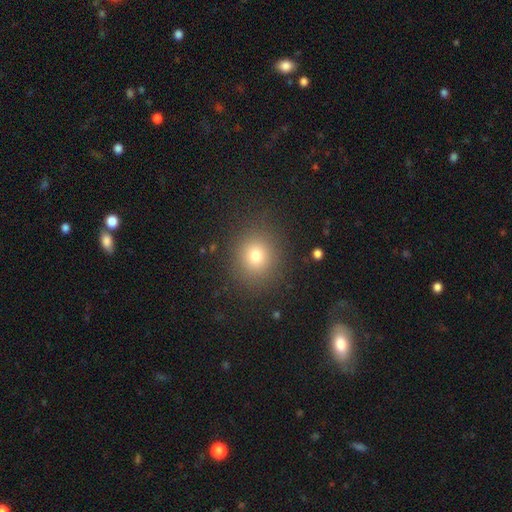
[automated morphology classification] Q: Smooth or featured?
A: smooth (75%); runner-up: star or artifact (16%)
Q: How rounded?
A: round (83%); runner-up: in between (16%)
Q: Merging?
A: none (87%); runner-up: minor disturbance (8%)